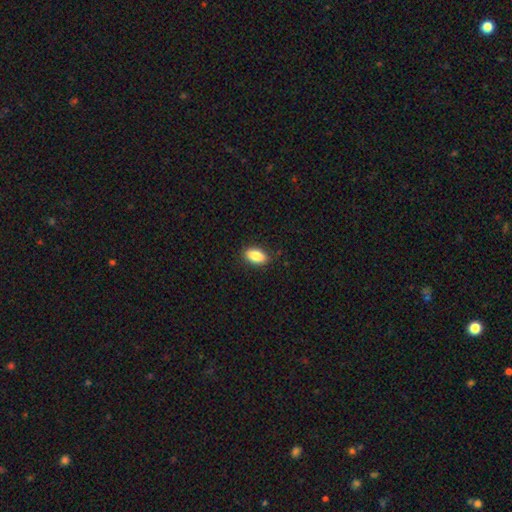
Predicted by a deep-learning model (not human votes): A smooth galaxy with no disk features (87%) that is in between round and cigar-shaped (91%).

Vote fractions:
- Smooth or featured? smooth: 87% / star or artifact: 7% / featured or disk: 6%
- How rounded? in between: 91% / round: 6% / cigar-shaped: 4%
- Merging? none: 88% / minor disturbance: 9% / major disturbance: 2% / merger: 1%